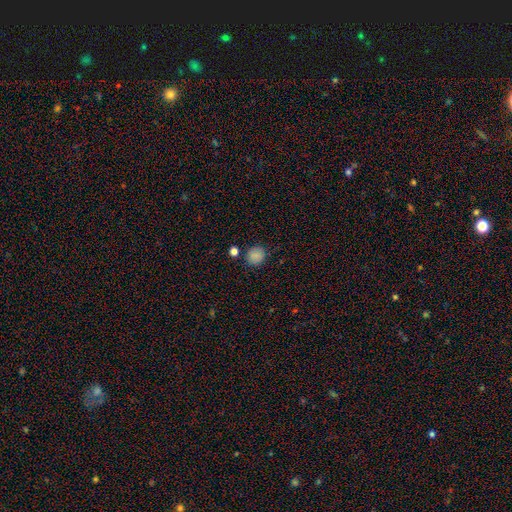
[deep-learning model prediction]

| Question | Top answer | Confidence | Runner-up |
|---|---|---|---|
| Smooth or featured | smooth | 85% | star or artifact (11%) |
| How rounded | round | 84% | in between (15%) |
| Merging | none | 82% | minor disturbance (10%) |